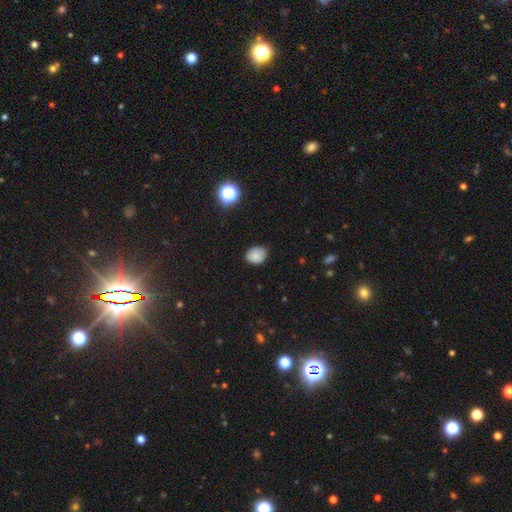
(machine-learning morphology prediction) A smooth galaxy with no disk features (82%) that is in between round and cigar-shaped (53%).

Vote fractions:
- Smooth or featured? smooth: 82% / star or artifact: 11% / featured or disk: 7%
- How rounded? in between: 53% / round: 46% / cigar-shaped: 1%
- Merging? none: 77% / minor disturbance: 19% / major disturbance: 3% / merger: 1%